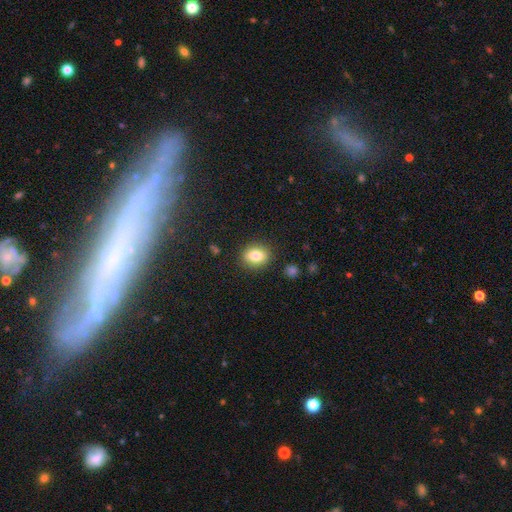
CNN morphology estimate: A smooth galaxy with no disk features (81%) that is in between round and cigar-shaped (59%).

Vote fractions:
- Smooth or featured? smooth: 81% / featured or disk: 10% / star or artifact: 9%
- How rounded? in between: 59% / round: 40% / cigar-shaped: 2%
- Merging? none: 87% / minor disturbance: 9% / major disturbance: 3% / merger: 2%